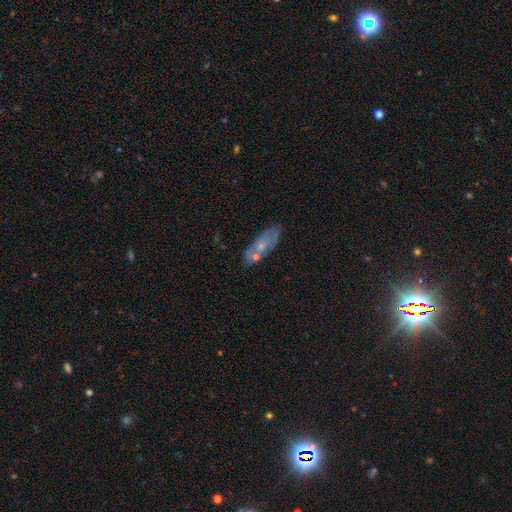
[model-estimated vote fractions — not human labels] The model was most divided on "smooth or featured": featured or disk: 45%, smooth: 44%, star or artifact: 11%. More confident: merging — none (61%).